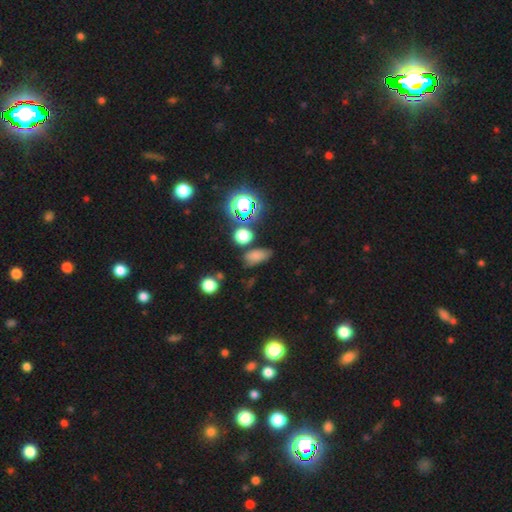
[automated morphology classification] This is likely a smooth galaxy (70%). How rounded: clearly in between (82%). Merging: likely none (68%).